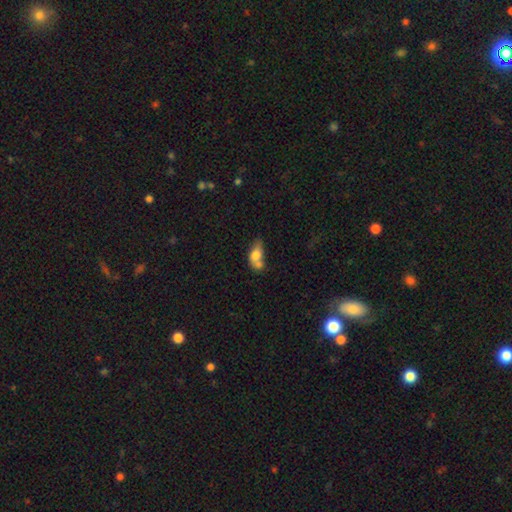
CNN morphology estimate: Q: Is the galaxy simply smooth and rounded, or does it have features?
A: smooth — 71%.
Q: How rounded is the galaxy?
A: in between — 81%.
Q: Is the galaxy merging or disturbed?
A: merger — 48%.